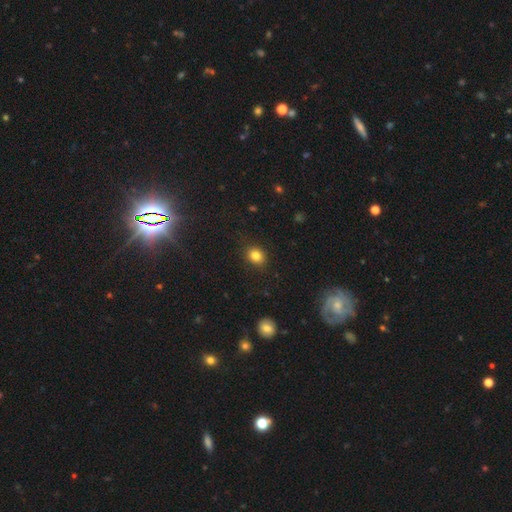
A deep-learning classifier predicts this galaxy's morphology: Smooth or featured? Predicted: smooth (p=0.83). How rounded? Predicted: round (p=0.63). Merging? Predicted: none (p=0.87).